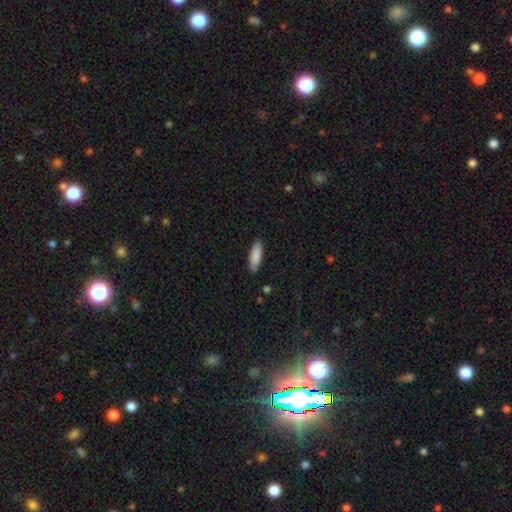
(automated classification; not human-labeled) Smooth or featured? Predicted: smooth (p=0.88). How rounded? Predicted: cigar-shaped (p=0.52). Merging? Predicted: none (p=0.88).